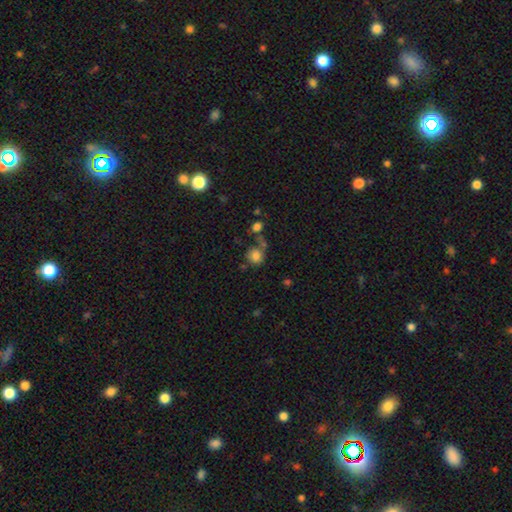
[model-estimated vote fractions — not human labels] A smooth galaxy with no disk features (80%) that is round (81%). Merging: none (50%).